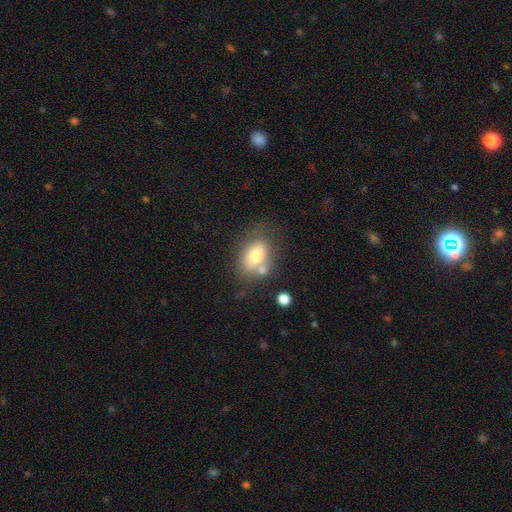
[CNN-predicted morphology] Overall: smooth (69%). How rounded: in between (73%). Merging: none (49%; merger 22%).